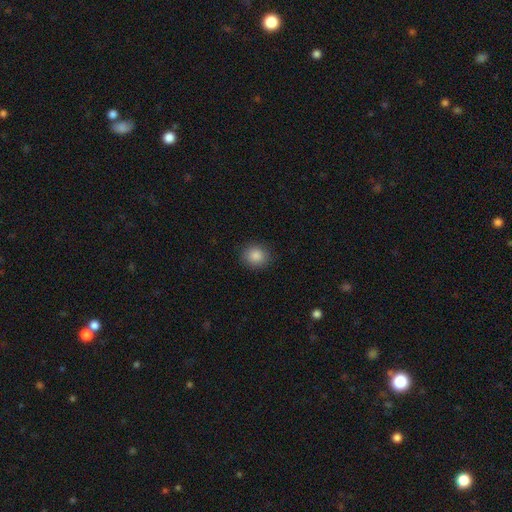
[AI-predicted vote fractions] Smooth or featured? smooth (87%)
How rounded? round (78%)
Merging? none (89%)